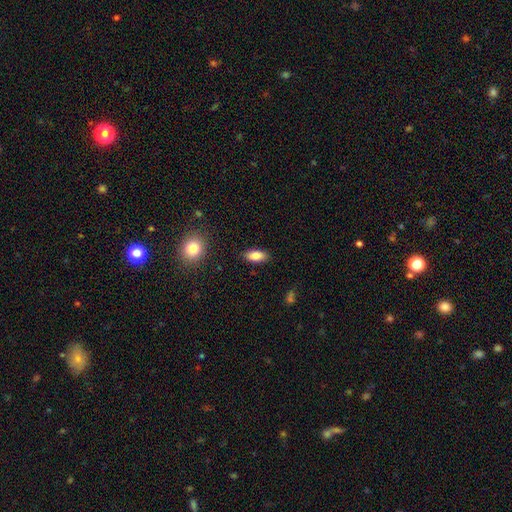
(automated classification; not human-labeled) A smooth galaxy with no disk features (84%) that is in between round and cigar-shaped (88%).

Vote fractions:
- Smooth or featured? smooth: 84% / featured or disk: 8% / star or artifact: 7%
- How rounded? in between: 88% / cigar-shaped: 9% / round: 3%
- Merging? none: 87% / minor disturbance: 9% / major disturbance: 2% / merger: 1%